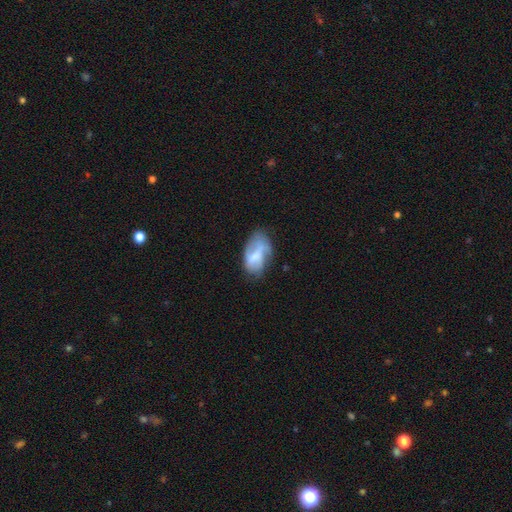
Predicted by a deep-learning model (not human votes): Smooth or featured? smooth (52%)
How rounded? in between (92%)
Merging? none (40%)